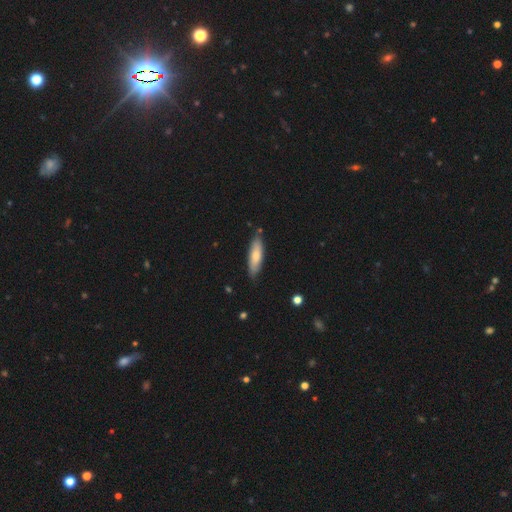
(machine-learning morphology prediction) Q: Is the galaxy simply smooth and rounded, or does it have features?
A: smooth — 72%.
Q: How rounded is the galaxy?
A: cigar-shaped — 58%.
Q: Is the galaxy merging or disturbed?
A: none — 81%.